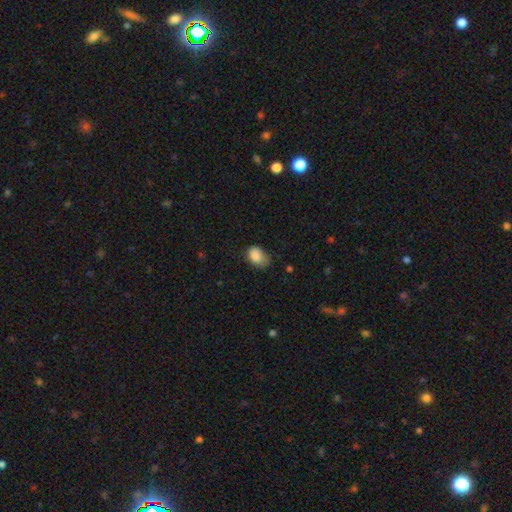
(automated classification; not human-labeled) A smooth galaxy with no disk features (85%) that is in between round and cigar-shaped (79%).

Vote fractions:
- Smooth or featured? smooth: 85% / star or artifact: 9% / featured or disk: 6%
- How rounded? in between: 79% / round: 20% / cigar-shaped: 1%
- Merging? none: 45% / minor disturbance: 41% / major disturbance: 12% / merger: 2%